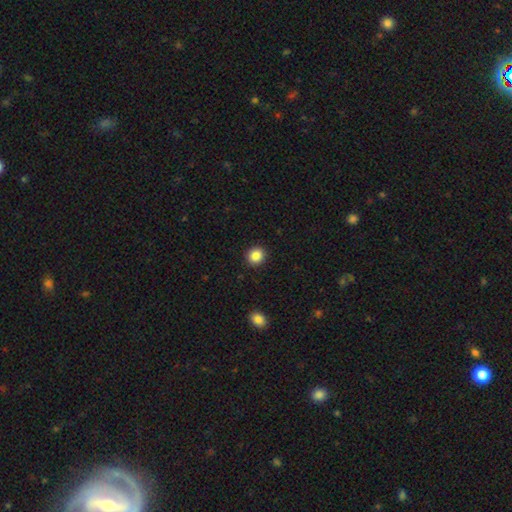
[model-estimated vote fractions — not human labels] The model was most divided on "how rounded": round: 84%, in between: 15%, cigar-shaped: 1%. More confident: merging — none (92%); smooth or featured — smooth (86%).